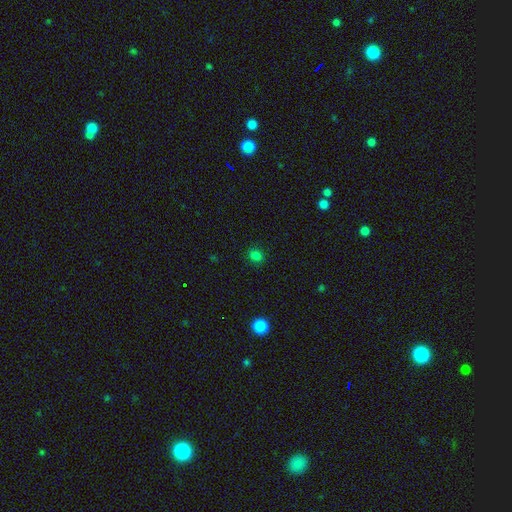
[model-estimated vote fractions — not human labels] Smooth or featured?
  - smooth: 80% *
  - star or artifact: 17%
  - featured or disk: 4%
How rounded?
  - round: 69% *
  - in between: 30%
  - cigar-shaped: 1%
Merging?
  - none: 88% *
  - minor disturbance: 8%
  - major disturbance: 2%
  - merger: 1%